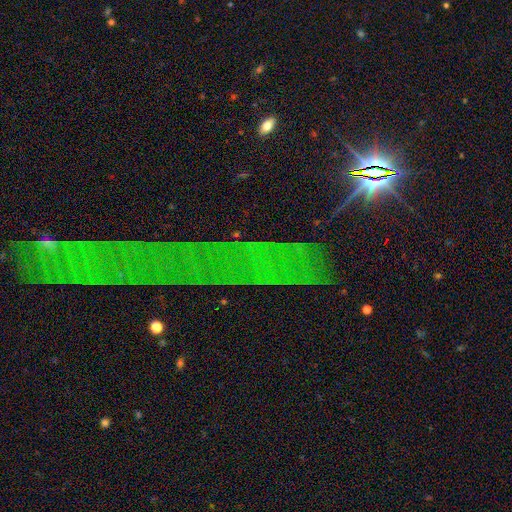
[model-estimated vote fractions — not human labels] Q: Smooth or featured?
A: star or artifact (79%); runner-up: featured or disk (12%)